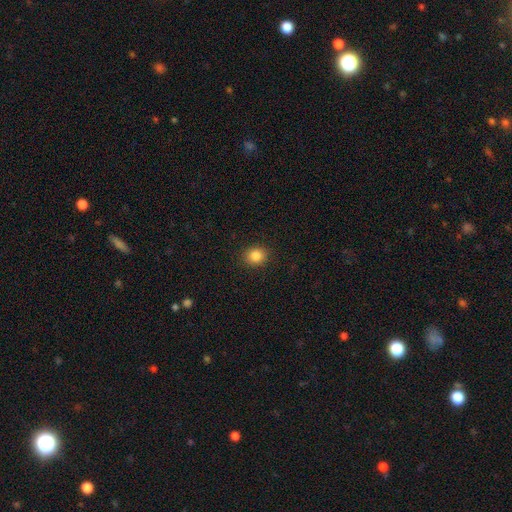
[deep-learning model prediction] A smooth galaxy with no disk features (85%) that is round (75%).

Vote fractions:
- Smooth or featured? smooth: 85% / star or artifact: 10% / featured or disk: 5%
- How rounded? round: 75% / in between: 25% / cigar-shaped: 1%
- Merging? none: 90% / minor disturbance: 7% / major disturbance: 2% / merger: 1%